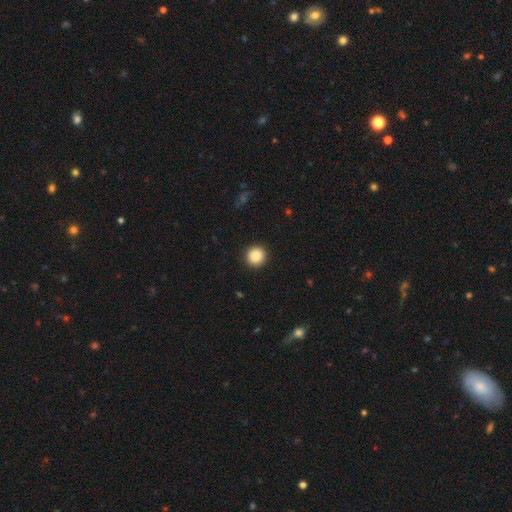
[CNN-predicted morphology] Smooth or featured? Predicted: smooth (p=0.89). How rounded? Predicted: round (p=0.94). Merging? Predicted: none (p=0.93).